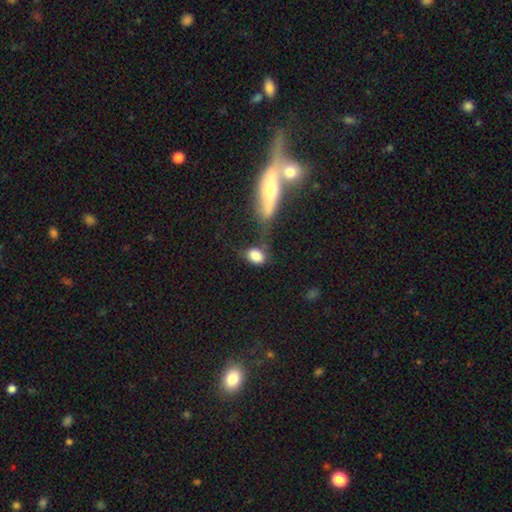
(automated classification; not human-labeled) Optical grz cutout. It shows a smooth galaxy with no disk features (83%) that is in between round and cigar-shaped (77%). Merging: none (47%).